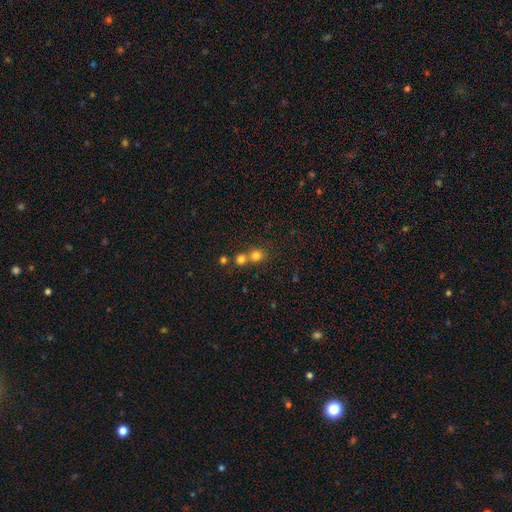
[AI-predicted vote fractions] smooth 76%, star or artifact 16%, featured or disk 8%. Down the decision tree: how rounded — round (86%); merging — none (49%).